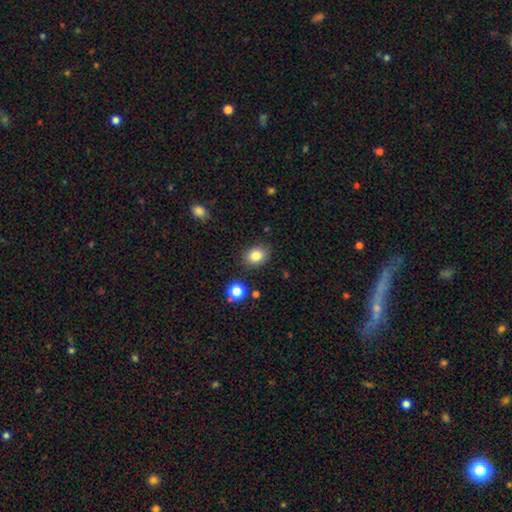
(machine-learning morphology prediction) Smooth or featured? Predicted: smooth (p=0.83). How rounded? Predicted: in between (p=0.55). Merging? Predicted: none (p=0.84).